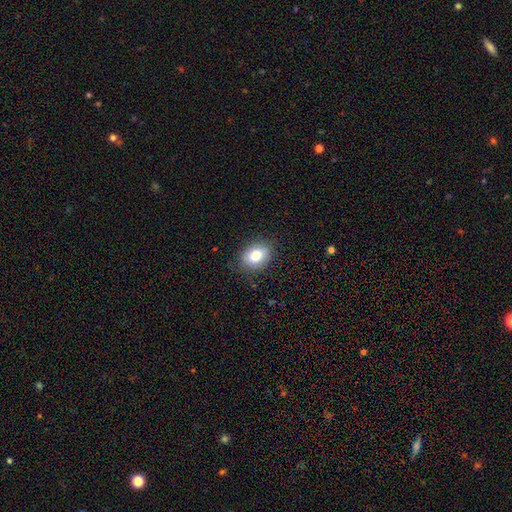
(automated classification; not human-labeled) This is likely a smooth galaxy (80%). How rounded: likely in between (66%). Merging: clearly none (84%).